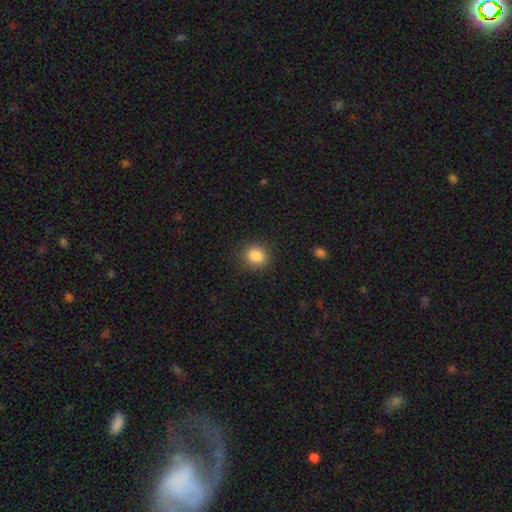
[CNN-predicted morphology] A smooth galaxy with no disk features (87%) that is round (75%). Merging: none (88%).